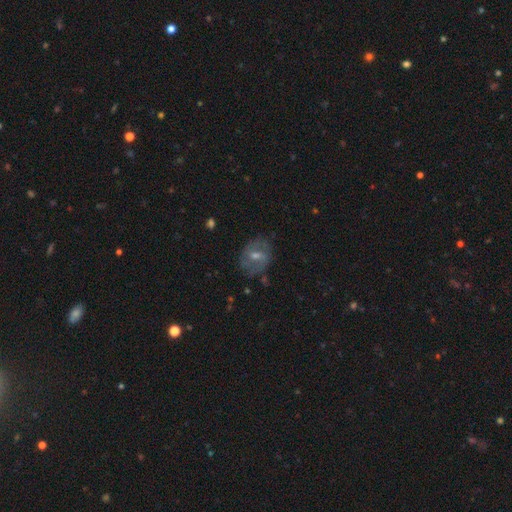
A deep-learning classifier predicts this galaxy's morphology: smooth-or-featured: featured or disk: 59% | smooth: 29% | star or artifact: 12%
  disk-edge-on: no: 95% | yes: 5%
    bar: weak: 52% | no: 29% | strong: 19%
    has-spiral-arms: yes: 69% | no: 31%
    bulge-size: moderate: 56% | small: 36% | large: 4% | none: 3% | dominant: 1%
  merging: none: 73% | minor disturbance: 18% | major disturbance: 7% | merger: 2%